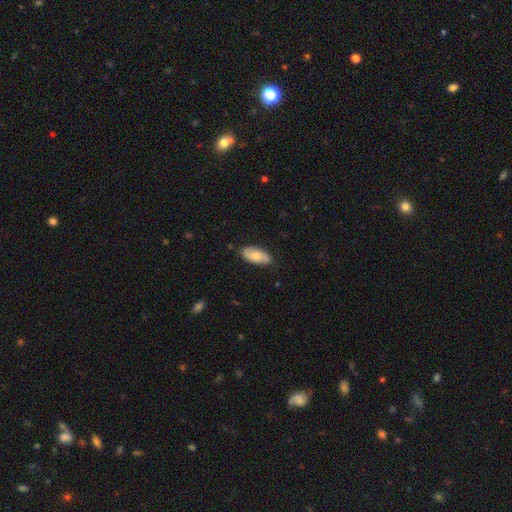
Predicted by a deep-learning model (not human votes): smooth_or_featured: smooth (p=0.64) [alt: featured or disk p=0.30]
how_rounded: in between (p=0.90) [alt: cigar-shaped p=0.07]
merging: none (p=0.82) [alt: minor disturbance p=0.14]